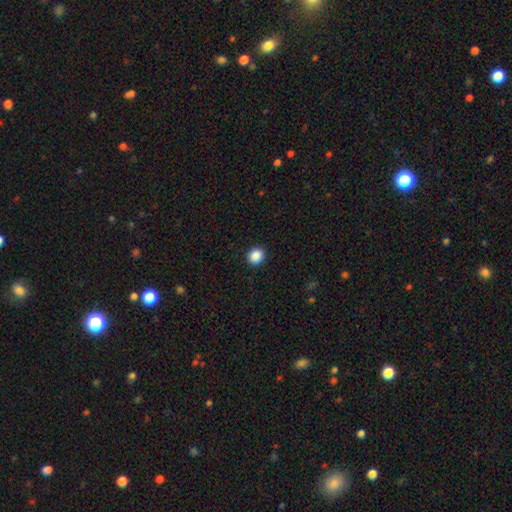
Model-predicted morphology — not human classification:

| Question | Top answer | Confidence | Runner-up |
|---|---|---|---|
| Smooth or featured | smooth | 88% | star or artifact (9%) |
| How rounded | round | 72% | in between (27%) |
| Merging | none | 92% | minor disturbance (5%) |